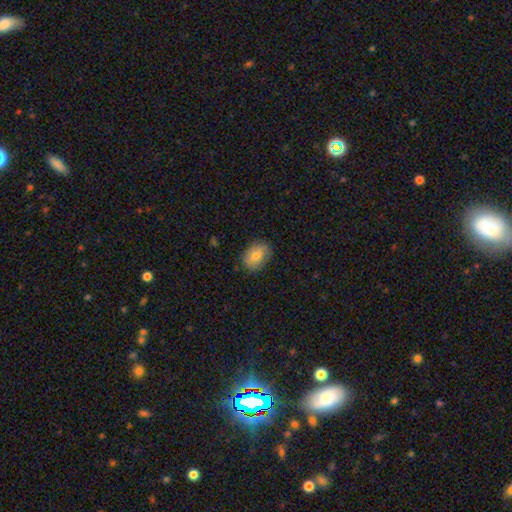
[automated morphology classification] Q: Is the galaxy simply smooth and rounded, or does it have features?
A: smooth — 78%.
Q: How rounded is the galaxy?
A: in between — 77%.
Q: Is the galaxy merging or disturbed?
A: none — 84%.